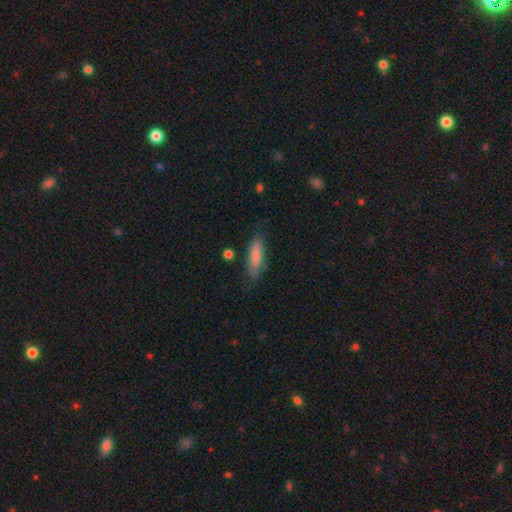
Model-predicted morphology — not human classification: Smooth or featured?
  - smooth: 79% *
  - featured or disk: 15%
  - star or artifact: 6%
How rounded?
  - cigar-shaped: 52% *
  - in between: 46%
  - round: 2%
Merging?
  - none: 75% *
  - minor disturbance: 18%
  - major disturbance: 4%
  - merger: 2%